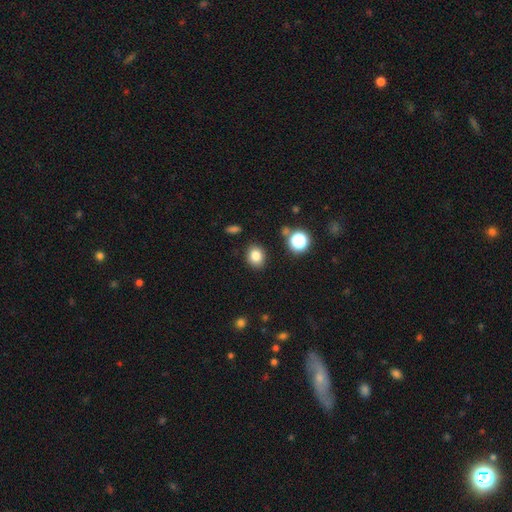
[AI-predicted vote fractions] Q: Smooth or featured?
A: smooth (82%); runner-up: star or artifact (12%)
Q: How rounded?
A: round (61%); runner-up: in between (38%)
Q: Merging?
A: none (87%); runner-up: minor disturbance (8%)